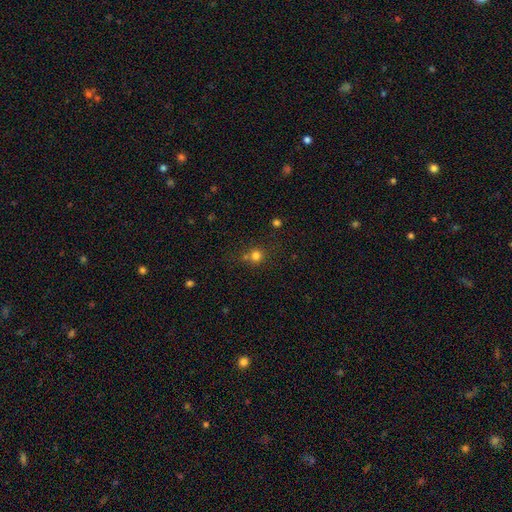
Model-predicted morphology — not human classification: Smooth or featured?
  - smooth: 77% *
  - star or artifact: 17%
  - featured or disk: 7%
How rounded?
  - round: 91% *
  - in between: 8%
  - cigar-shaped: 1%
Merging?
  - none: 65% *
  - merger: 23%
  - minor disturbance: 9%
  - major disturbance: 4%